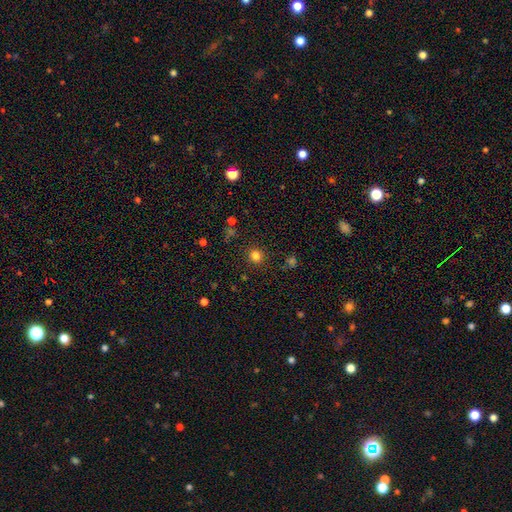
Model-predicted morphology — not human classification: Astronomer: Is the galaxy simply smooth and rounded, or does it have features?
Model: smooth — 81%.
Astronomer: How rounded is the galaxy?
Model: round — 92%.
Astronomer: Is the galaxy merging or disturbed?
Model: none — 89%.